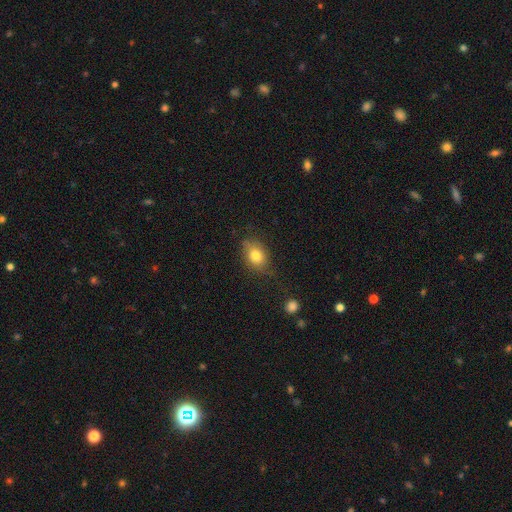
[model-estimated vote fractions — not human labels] smooth-or-featured: smooth: 78% | featured or disk: 12% | star or artifact: 10%
  how-rounded: in between: 69% | round: 30% | cigar-shaped: 2%
  merging: none: 70% | minor disturbance: 22% | major disturbance: 6% | merger: 2%